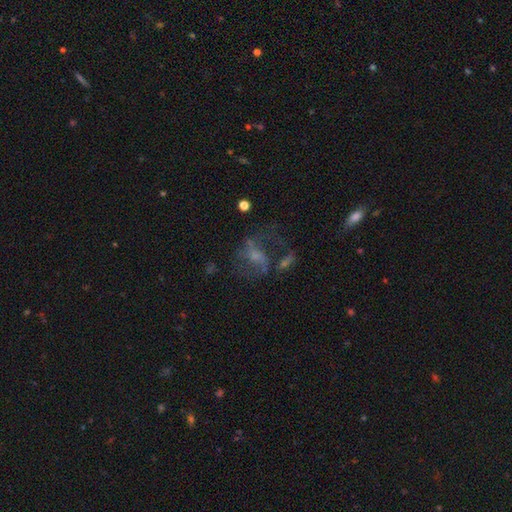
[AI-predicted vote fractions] smooth-or-featured: featured or disk: 57% | smooth: 25% | star or artifact: 18%
  disk-edge-on: no: 96% | yes: 4%
    bar: no: 59% | weak: 31% | strong: 11%
    has-spiral-arms: yes: 50% (tied) | no: 50% (tied)
    bulge-size: small: 47% | none: 27% | moderate: 22% | large: 3% | dominant: 1%
  merging: major disturbance: 39% | none: 35% | minor disturbance: 15% | merger: 11%